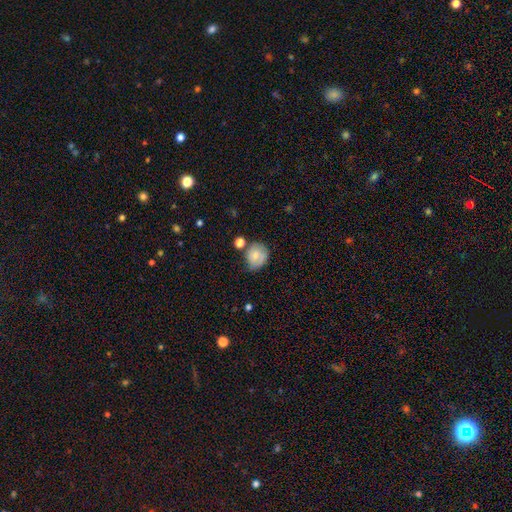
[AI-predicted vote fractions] Overall: smooth (72%). How rounded: round (69%; in between 30%). Merging: none (52%; minor disturbance 30%).